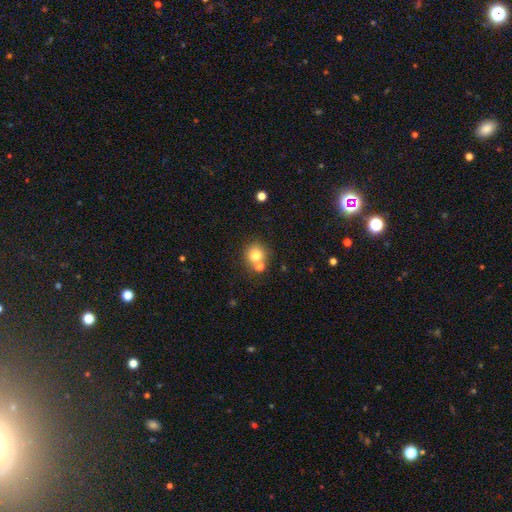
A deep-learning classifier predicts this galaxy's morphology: A smooth galaxy with no disk features (76%) that is round (89%). Merging: none (63%).